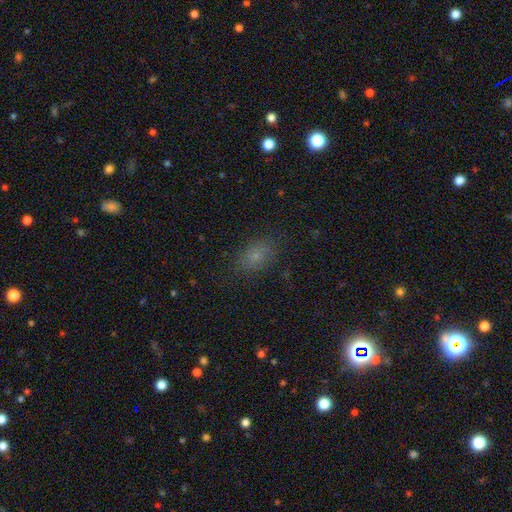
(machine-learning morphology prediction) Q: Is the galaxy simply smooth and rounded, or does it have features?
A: smooth — 69%.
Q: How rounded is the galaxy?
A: in between — 71%.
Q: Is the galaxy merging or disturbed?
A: none — 79%.